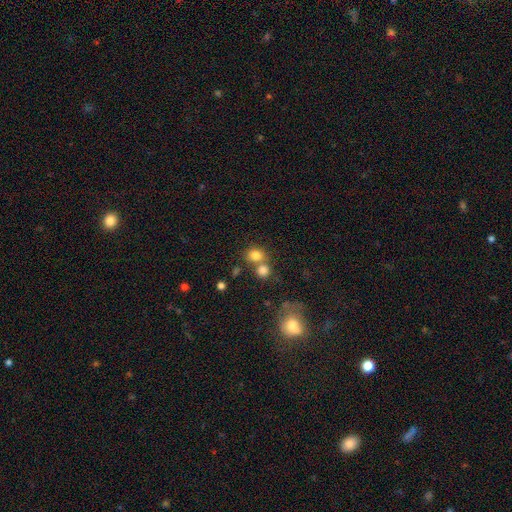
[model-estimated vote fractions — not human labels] This is likely a smooth galaxy (80%). How rounded: likely round (74%). Merging: possibly none (51%).